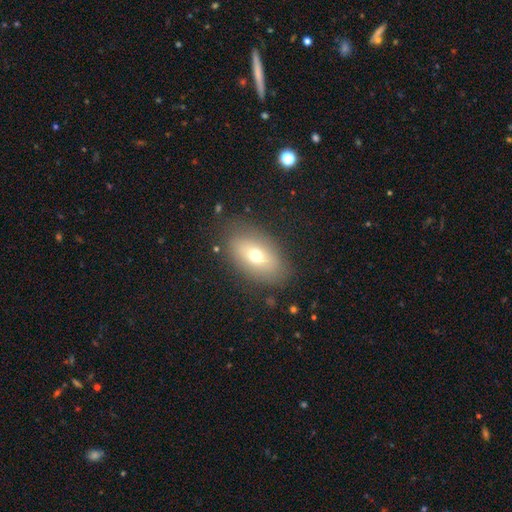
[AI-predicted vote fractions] This appears to be a smooth galaxy with no disk features (66%) that is in between round and cigar-shaped (86%). Merging: none (81%).